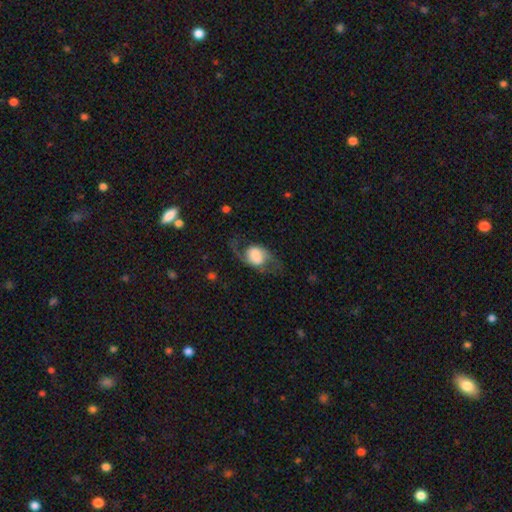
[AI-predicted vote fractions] Smooth or featured?
  - featured or disk: 65% *
  - smooth: 28%
  - star or artifact: 8%
Edge-on disk?
  - no: 95% *
  - yes: 5%
Bar?
  - no: 59% *
  - weak: 30%
  - strong: 11%
Spiral arms?
  - yes: 88% *
  - no: 12%
Spiral winding?
  - loose: 62% *
  - medium: 30%
  - tight: 7%
Spiral arm count?
  - 2: 90% *
  - 1: 4%
  - can't tell: 3%
  - 3: 1%
  - 4: 1%
  - more than 4: 1%
Bulge size?
  - large: 39% *
  - dominant: 33%
  - none: 10%
  - moderate: 9%
  - small: 8%
Merging?
  - none: 62% *
  - minor disturbance: 19%
  - major disturbance: 18%
  - merger: 2%